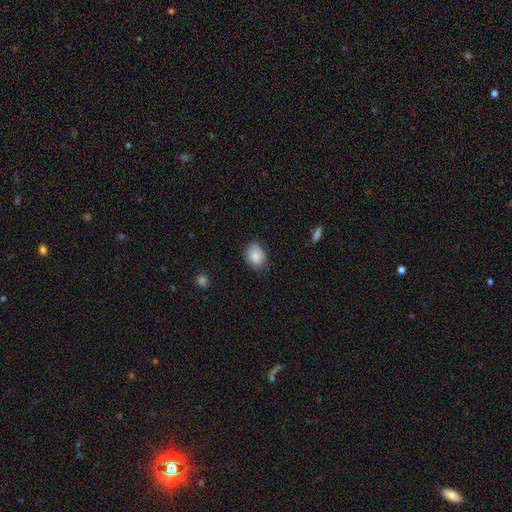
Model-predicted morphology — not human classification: Smooth or featured? Predicted: smooth (p=0.85). How rounded? Predicted: in between (p=0.65). Merging? Predicted: none (p=0.77).